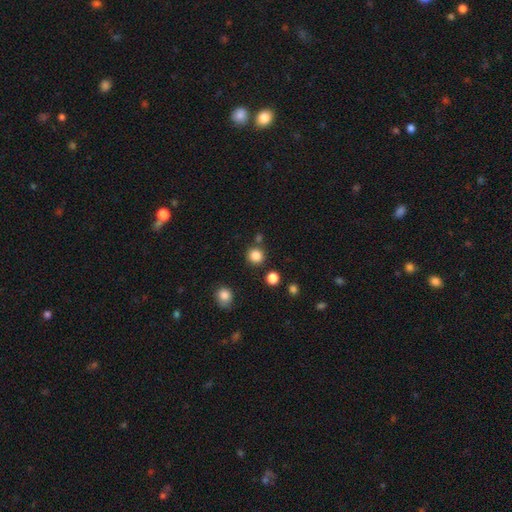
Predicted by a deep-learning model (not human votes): Morphology: type=smooth (85%); roundness=round (92%); merging=none (84%).